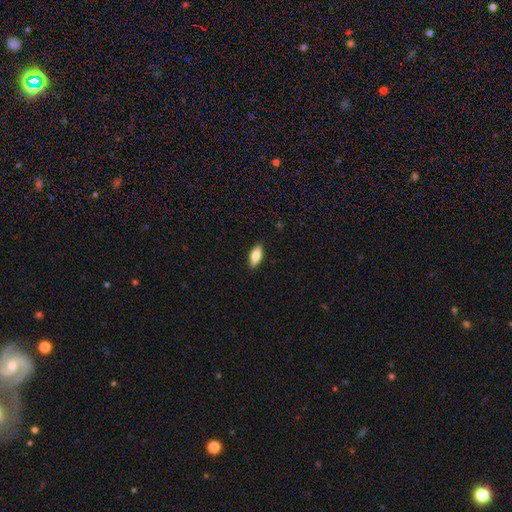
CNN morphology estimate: Smooth or featured?
  - smooth: 78% *
  - featured or disk: 16%
  - star or artifact: 6%
How rounded?
  - in between: 80% *
  - cigar-shaped: 18%
  - round: 2%
Merging?
  - none: 89% *
  - minor disturbance: 8%
  - major disturbance: 2%
  - merger: 1%